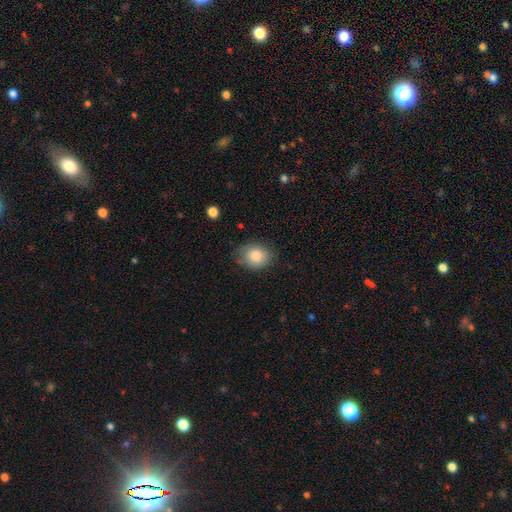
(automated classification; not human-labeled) Morphology: type=smooth (84%); roundness=round (51%); merging=none (76%).